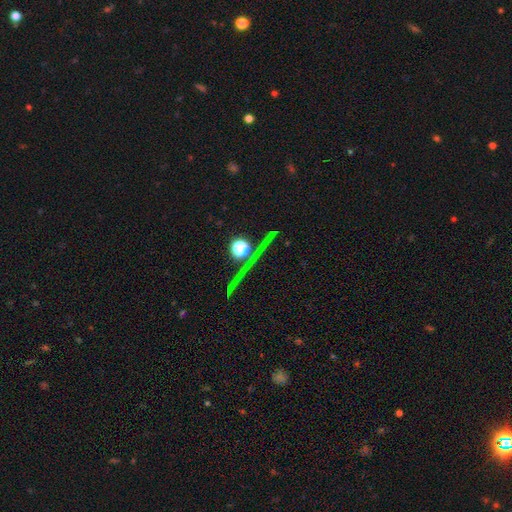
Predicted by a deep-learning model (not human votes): smooth_or_featured: star or artifact (p=0.59) [alt: featured or disk p=0.26]